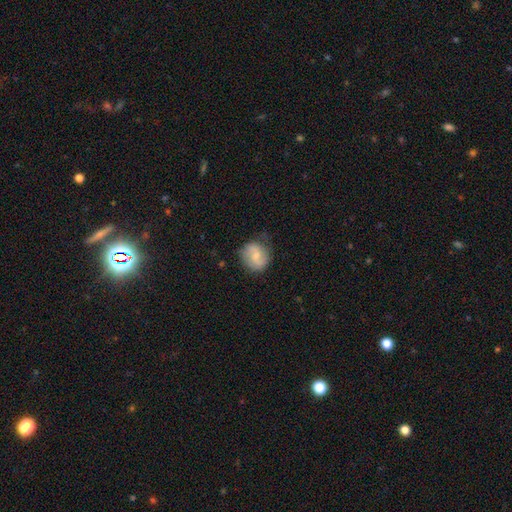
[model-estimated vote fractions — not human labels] Q: Smooth or featured?
A: featured or disk (47%); runner-up: smooth (46%)
Q: Merging?
A: none (70%); runner-up: minor disturbance (22%)